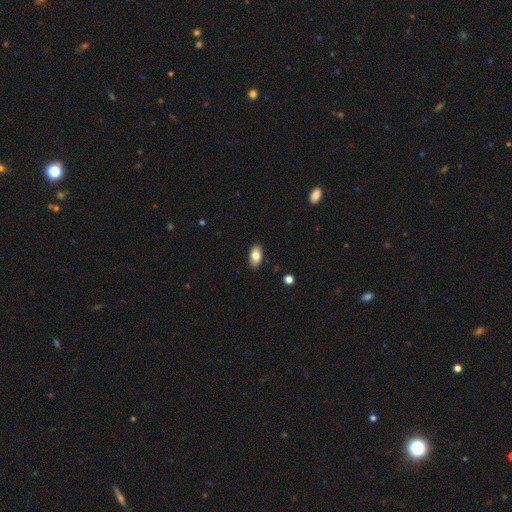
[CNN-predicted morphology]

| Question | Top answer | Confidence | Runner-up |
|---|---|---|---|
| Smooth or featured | smooth | 82% | featured or disk (11%) |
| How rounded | in between | 93% | round (4%) |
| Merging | none | 88% | minor disturbance (9%) |